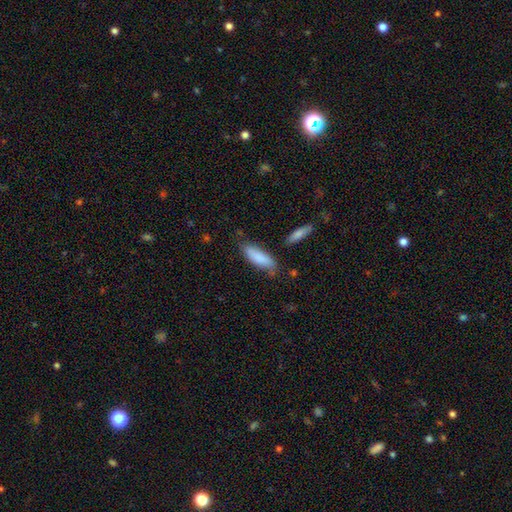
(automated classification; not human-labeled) A smooth galaxy with no disk features (85%) that is in between round and cigar-shaped (55%).

Vote fractions:
- Smooth or featured? smooth: 85% / featured or disk: 9% / star or artifact: 6%
- How rounded? in between: 55% / cigar-shaped: 44% / round: 2%
- Merging? none: 68% / minor disturbance: 22% / major disturbance: 5% / merger: 5%